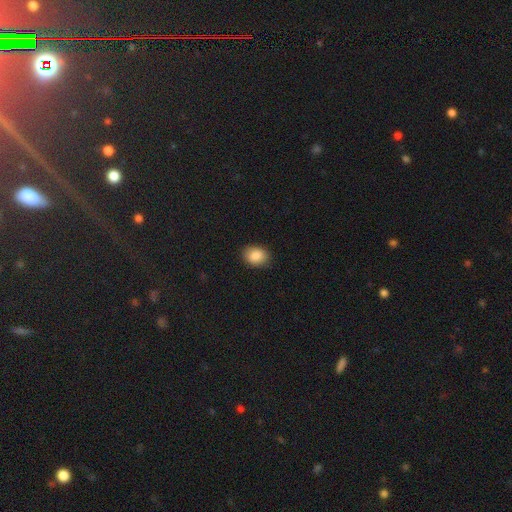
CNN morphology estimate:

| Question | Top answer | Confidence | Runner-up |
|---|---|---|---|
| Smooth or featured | smooth | 87% | star or artifact (8%) |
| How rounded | in between | 63% | round (36%) |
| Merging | none | 87% | minor disturbance (10%) |